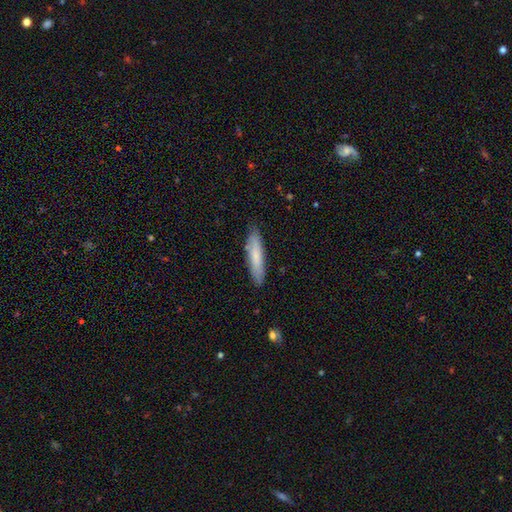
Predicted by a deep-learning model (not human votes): smooth-or-featured: smooth: 74% | featured or disk: 21% | star or artifact: 6%
  how-rounded: cigar-shaped: 83% | in between: 16% | round: 1%
  merging: none: 86% | minor disturbance: 11% | major disturbance: 2% | merger: 1%